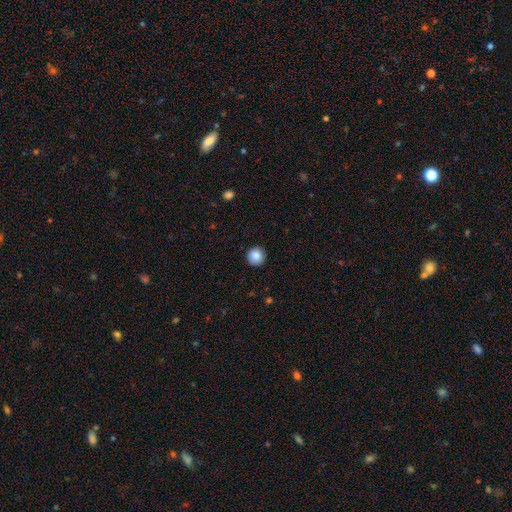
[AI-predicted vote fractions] A smooth galaxy with no disk features (87%) that is round (95%).

Vote fractions:
- Smooth or featured? smooth: 87% / star or artifact: 9% / featured or disk: 4%
- How rounded? round: 95% / in between: 4% / cigar-shaped: 1%
- Merging? none: 92% / minor disturbance: 6% / major disturbance: 2% / merger: 1%